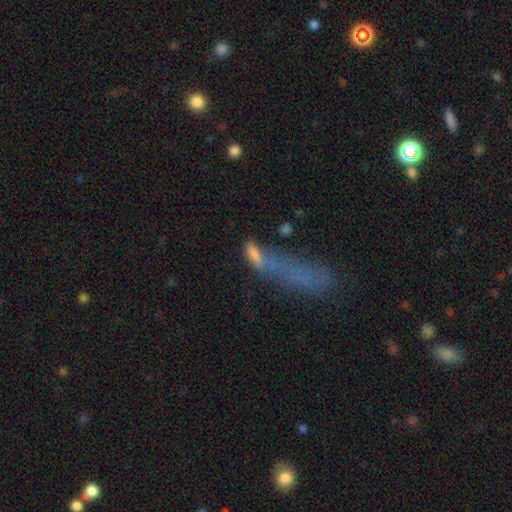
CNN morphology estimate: Smooth or featured: smooth — 53% (featured or disk — 28%)
How rounded: cigar-shaped — 59% (in between — 35%)
Merging: major disturbance — 34% (none — 26%)